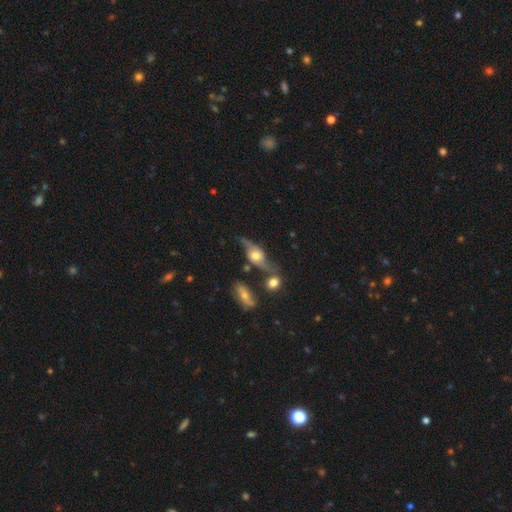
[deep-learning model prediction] A featured or disk galaxy (79%) with no bar (65%), 2 (91%) loose (79%) spiral arms (90%) and a moderate central bulge (56%). Merging: none (53%).